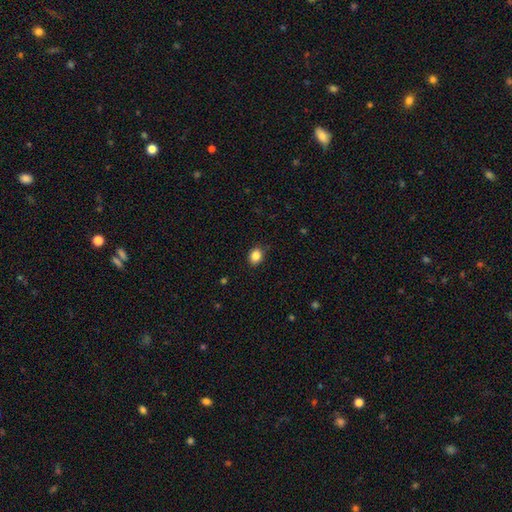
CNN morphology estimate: This is clearly a smooth galaxy (86%). How rounded: possibly round (51%). Merging: clearly none (87%).